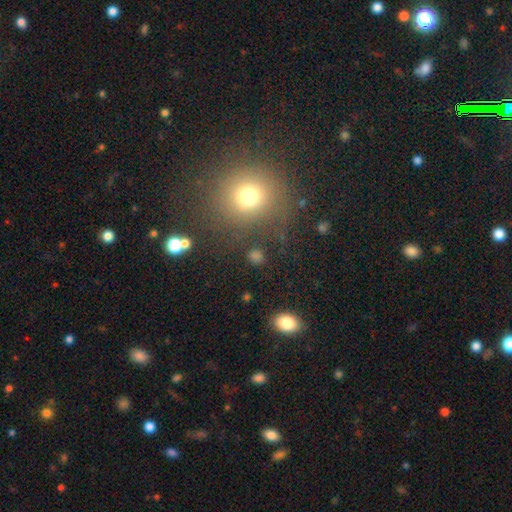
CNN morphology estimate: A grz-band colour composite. It shows a smooth galaxy with no disk features (71%) that is round (77%). Merging: none (80%).